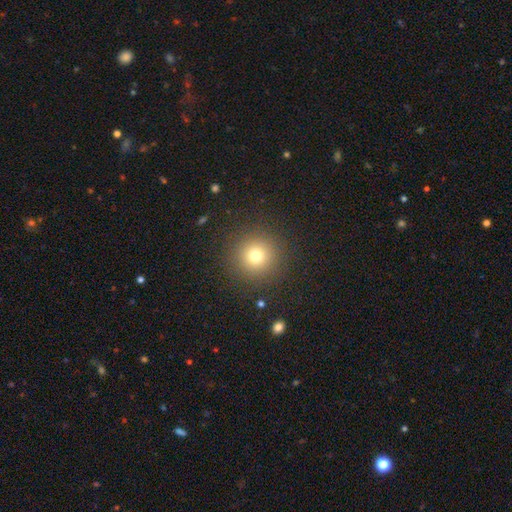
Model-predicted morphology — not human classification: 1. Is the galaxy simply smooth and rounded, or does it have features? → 75% smooth, 16% star or artifact, 9% featured or disk.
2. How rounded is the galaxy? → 95% round, 4% in between, 1% cigar-shaped.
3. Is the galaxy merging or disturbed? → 89% none, 6% minor disturbance, 3% major disturbance, 1% merger.